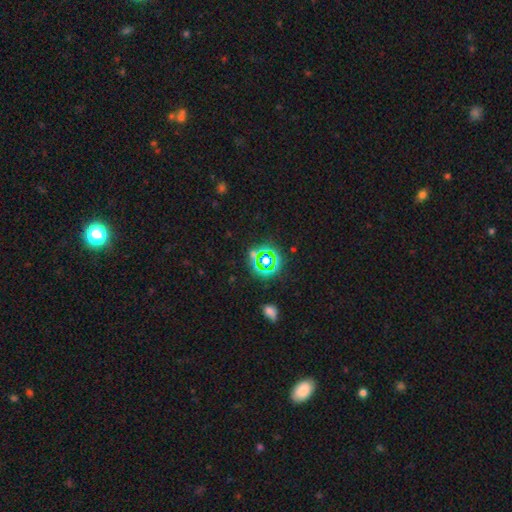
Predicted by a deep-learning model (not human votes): smooth-or-featured: star or artifact: 71% | smooth: 20% | featured or disk: 10%